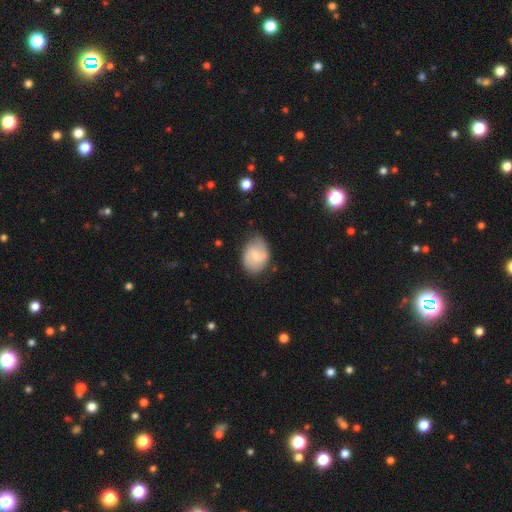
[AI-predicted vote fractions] Smooth or featured: featured or disk — 55% (smooth — 38%)
Edge-on disk: no — 97% (yes — 3%)
Bar: weak — 50% (no — 40%)
Spiral arms: yes — 83% (no — 17%)
Bulge size: small — 59% (moderate — 34%)
Merging: none — 67% (minor disturbance — 24%)